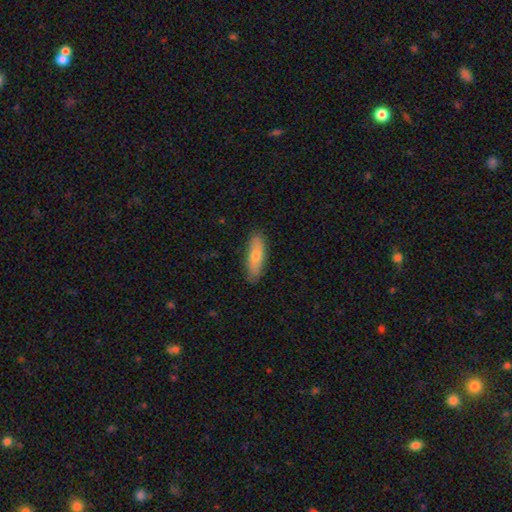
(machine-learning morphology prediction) The model was most divided on "how rounded": cigar-shaped: 55%, in between: 43%, round: 2%. More confident: merging — none (85%); smooth or featured — smooth (66%).